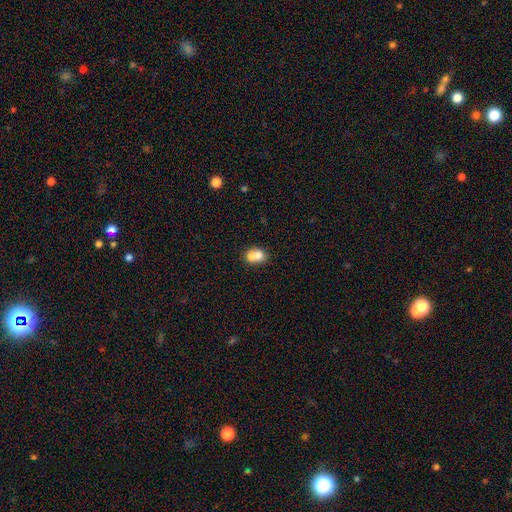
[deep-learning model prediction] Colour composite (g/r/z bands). It shows a smooth galaxy with no disk features (69%) that is round (50%). Merging: merger (63%).